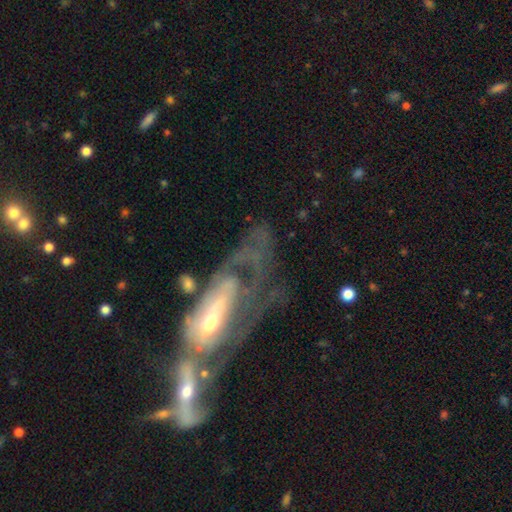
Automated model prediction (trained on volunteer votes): Smooth or featured? featured or disk (72%)
Edge-on disk? no (88%)
Bar? no (61%)
Spiral arms? yes (60%)
Bulge size? moderate (54%)
Merging? major disturbance (43%)